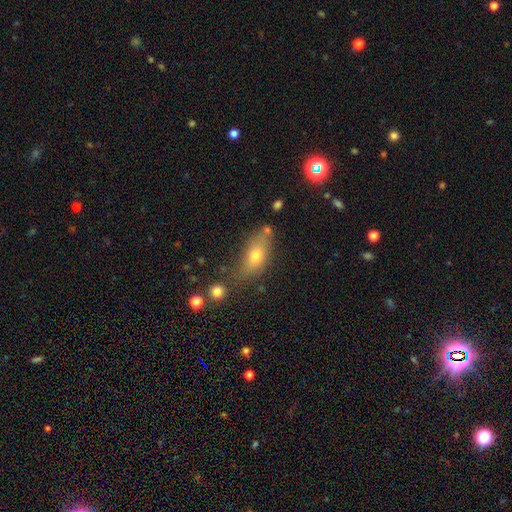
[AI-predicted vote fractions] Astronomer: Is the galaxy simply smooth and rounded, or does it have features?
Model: smooth — 65%.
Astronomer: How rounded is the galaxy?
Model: in between — 74%.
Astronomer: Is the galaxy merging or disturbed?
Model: none — 63%.